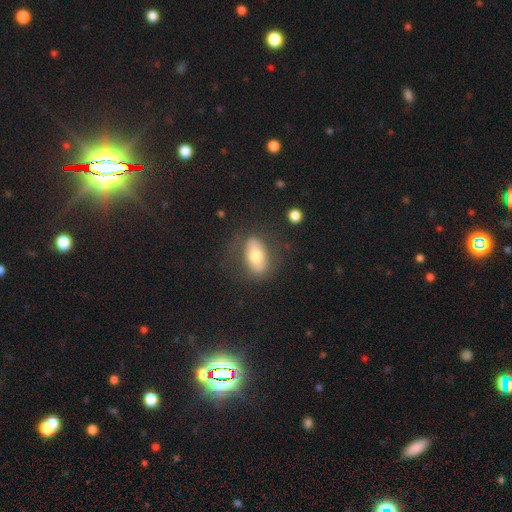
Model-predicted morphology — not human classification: Smooth or featured? Predicted: smooth (p=0.60). How rounded? Predicted: in between (p=0.87). Merging? Predicted: none (p=0.71).